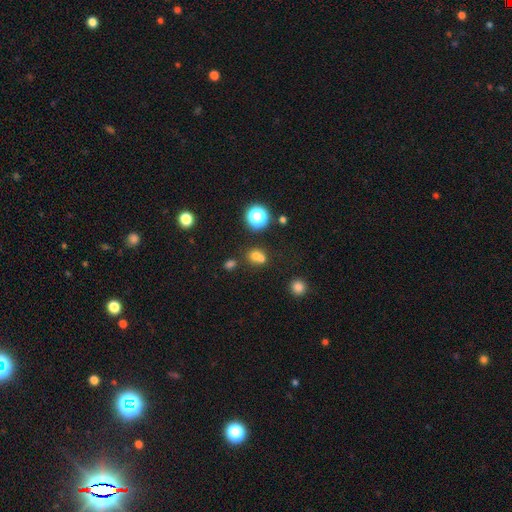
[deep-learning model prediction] Smooth or featured: smooth — 66% (star or artifact — 22%)
How rounded: round — 72% (in between — 26%)
Merging: merger — 49% (none — 40%)